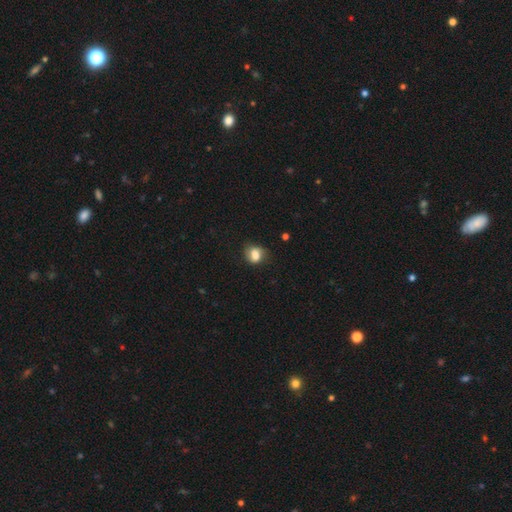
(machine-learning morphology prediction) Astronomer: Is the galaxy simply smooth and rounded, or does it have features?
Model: smooth — 75%.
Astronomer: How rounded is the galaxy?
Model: in between — 50% (runner-up: round, 49%).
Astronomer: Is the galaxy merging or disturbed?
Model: none — 64%.